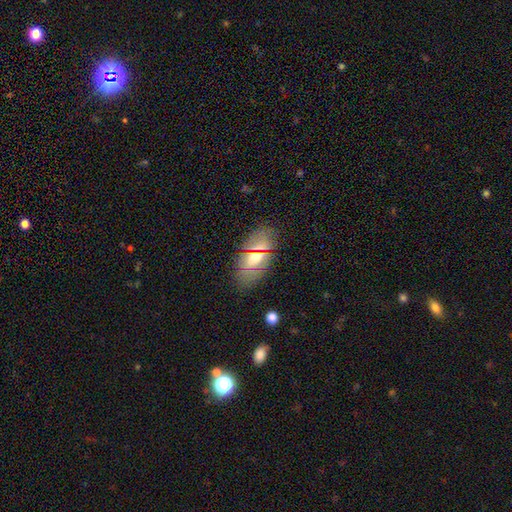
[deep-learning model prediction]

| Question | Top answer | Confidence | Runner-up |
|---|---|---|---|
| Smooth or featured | smooth | 59% | featured or disk (27%) |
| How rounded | in between | 89% | round (7%) |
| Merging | none | 82% | minor disturbance (13%) |